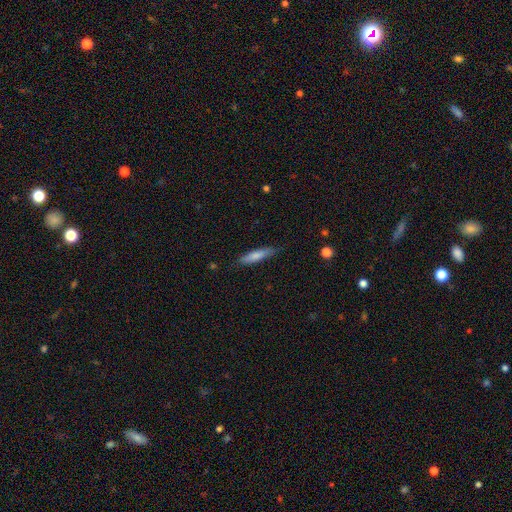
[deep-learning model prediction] Smooth or featured? Predicted: smooth (p=0.76). How rounded? Predicted: cigar-shaped (p=0.80). Merging? Predicted: none (p=0.78).